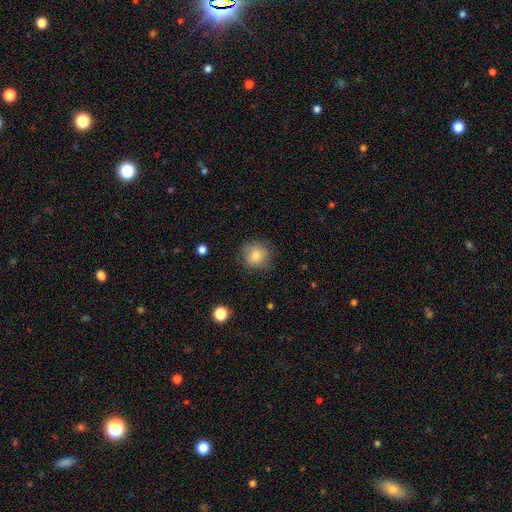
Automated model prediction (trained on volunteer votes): Overall: smooth (81%). How rounded: round (87%). Merging: none (80%).